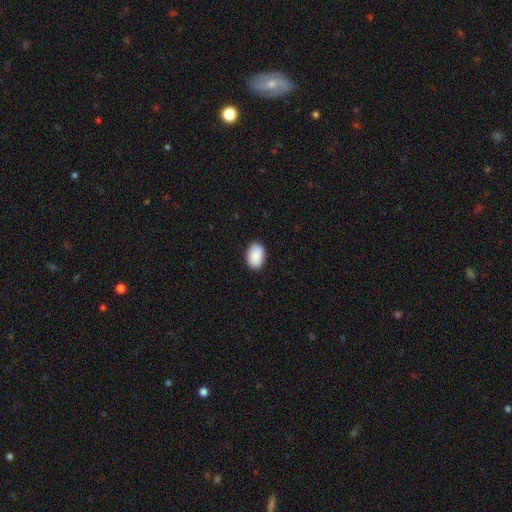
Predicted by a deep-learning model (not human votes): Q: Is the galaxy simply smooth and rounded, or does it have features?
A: smooth — 91%.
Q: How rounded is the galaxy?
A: in between — 83%.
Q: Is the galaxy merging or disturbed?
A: none — 89%.